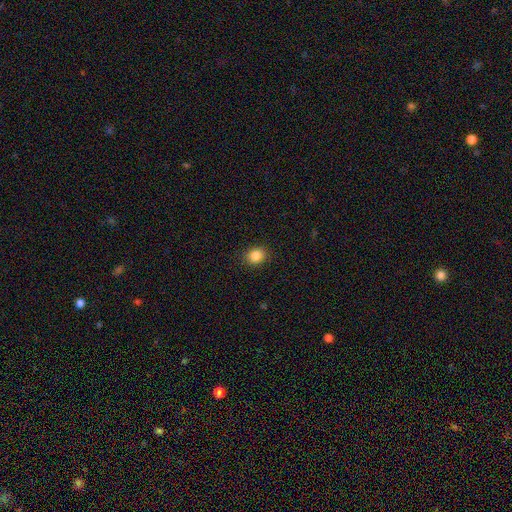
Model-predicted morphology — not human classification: Smooth or featured? Predicted: smooth (p=0.86). How rounded? Predicted: round (p=0.65). Merging? Predicted: none (p=0.90).